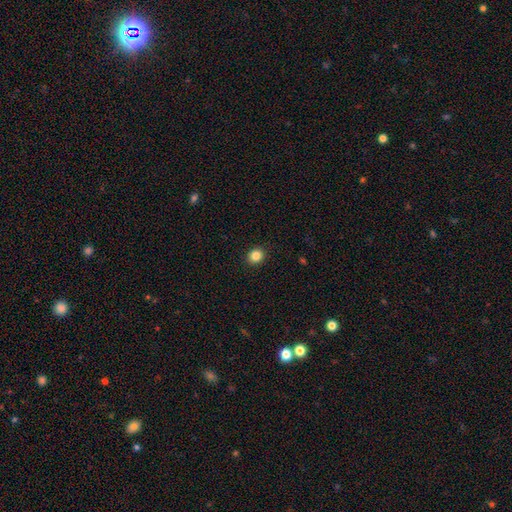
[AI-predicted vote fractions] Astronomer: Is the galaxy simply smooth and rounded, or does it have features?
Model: smooth — 85%.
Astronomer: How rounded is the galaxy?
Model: round — 78%.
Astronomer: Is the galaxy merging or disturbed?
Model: none — 92%.